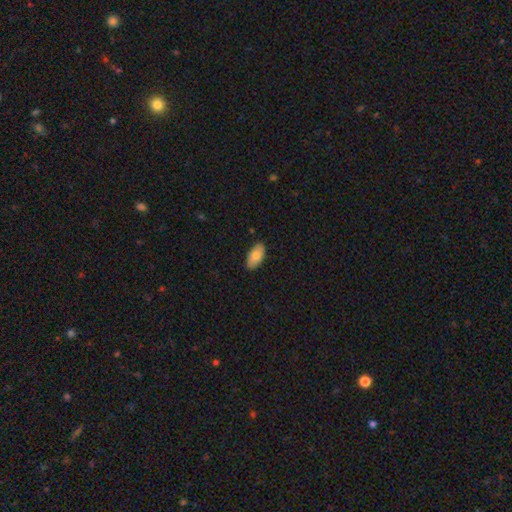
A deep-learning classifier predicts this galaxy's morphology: type=smooth (81%); roundness=in between (93%); merging=none (85%).